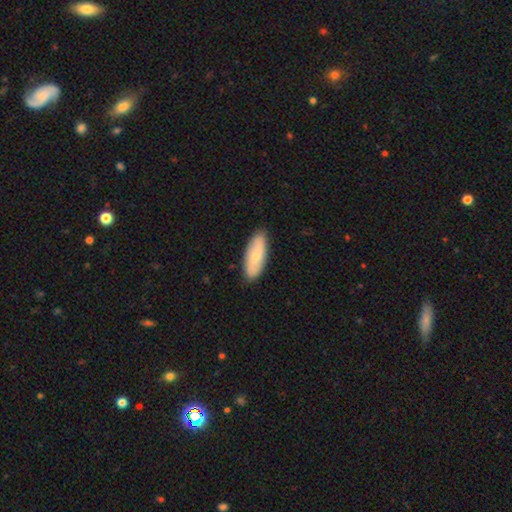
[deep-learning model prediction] Q: Smooth or featured?
A: smooth (68%); runner-up: featured or disk (26%)
Q: How rounded?
A: in between (72%); runner-up: cigar-shaped (26%)
Q: Merging?
A: none (87%); runner-up: minor disturbance (10%)